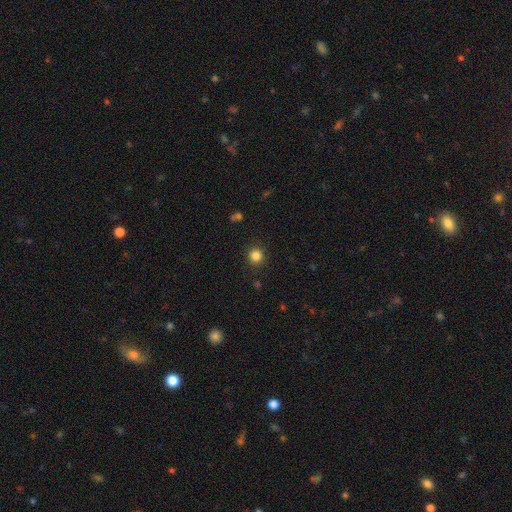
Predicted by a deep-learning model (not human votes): A smooth galaxy with no disk features (84%) that is round (92%). Merging: none (90%).